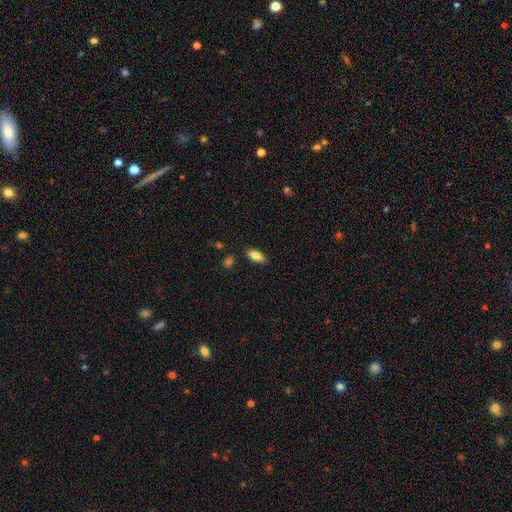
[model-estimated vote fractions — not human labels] smooth 83%, featured or disk 10%, star or artifact 7%. Down the decision tree: how rounded — in between (87%); merging — none (86%).